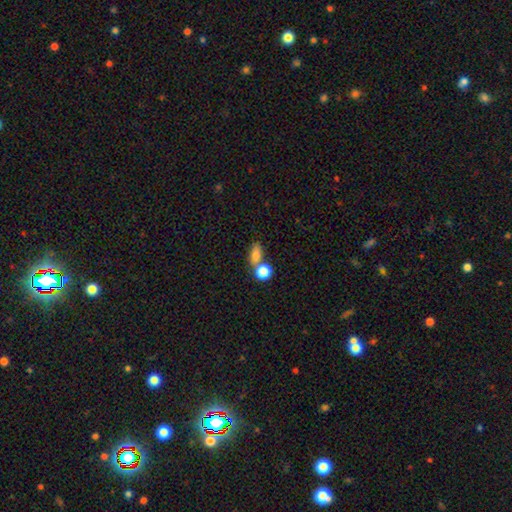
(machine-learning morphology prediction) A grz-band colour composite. It shows a smooth galaxy with no disk features (78%) that is in between round and cigar-shaped (68%). Merging: none (48%).